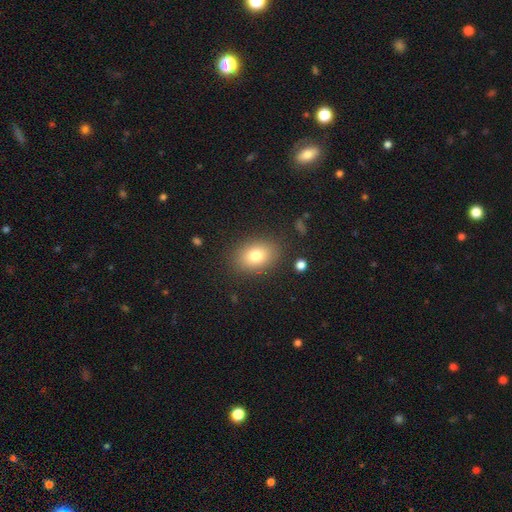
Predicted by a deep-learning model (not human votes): Smooth or featured?
  - smooth: 79% *
  - featured or disk: 11%
  - star or artifact: 10%
How rounded?
  - in between: 75% *
  - round: 24%
  - cigar-shaped: 1%
Merging?
  - none: 85% *
  - minor disturbance: 10%
  - major disturbance: 4%
  - merger: 2%